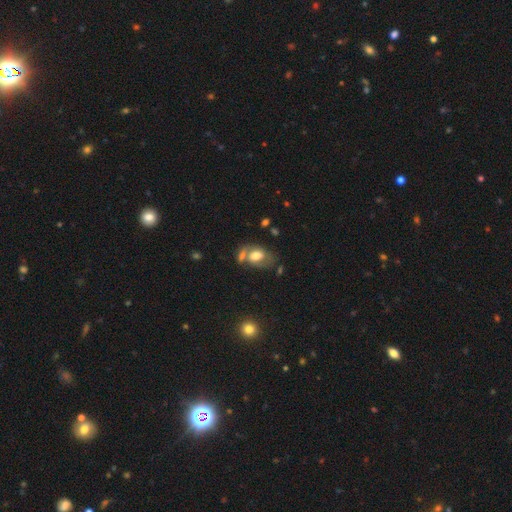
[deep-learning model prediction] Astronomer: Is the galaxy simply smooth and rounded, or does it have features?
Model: smooth — 60%.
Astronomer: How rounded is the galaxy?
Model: in between — 81%.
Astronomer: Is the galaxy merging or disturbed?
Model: none — 36% (runner-up: merger, 32%).